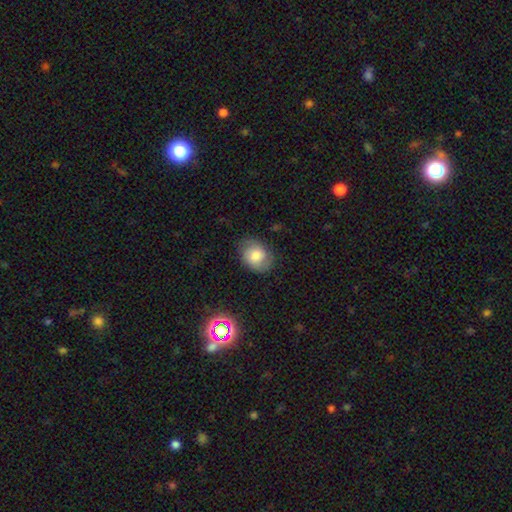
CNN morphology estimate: Smooth or featured: smooth — 66% (featured or disk — 25%)
How rounded: in between — 53% (round — 46%)
Merging: none — 74% (minor disturbance — 19%)